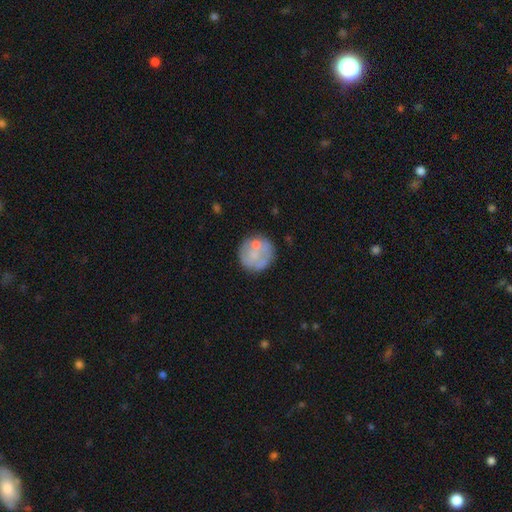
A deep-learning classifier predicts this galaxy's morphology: Overall: smooth (54%; featured or disk 39%). How rounded: round (91%). Merging: none (65%).